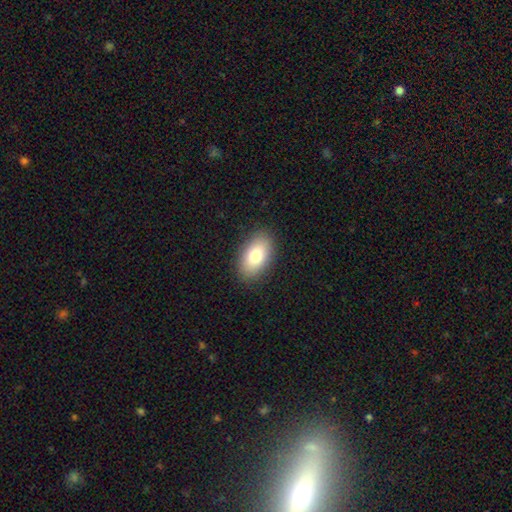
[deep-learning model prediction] smooth 78%, featured or disk 14%, star or artifact 8%. Down the decision tree: how rounded — in between (92%); merging — none (88%).